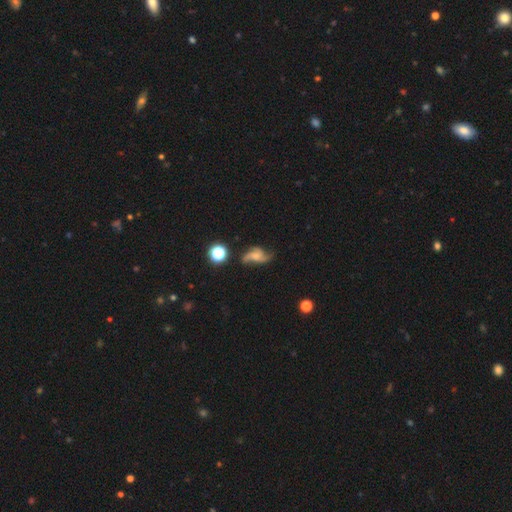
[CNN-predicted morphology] The model was most divided on "bulge size": small: 40%, none: 31%, moderate: 22%, large: 5%, dominant: 2%. More confident: edge-on disk — no (96%); spiral arms — yes (93%); spiral winding — loose (77%); spiral arm count — 2 (76%); smooth or featured — featured or disk (72%); bar — no (65%); merging — none (57%).